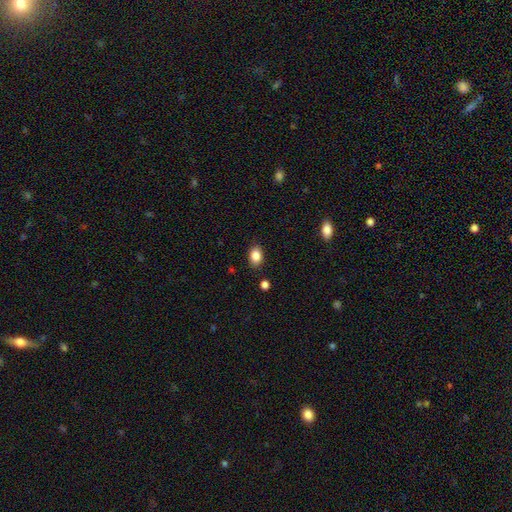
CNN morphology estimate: smooth 86%, star or artifact 9%, featured or disk 5%. Down the decision tree: how rounded — in between (79%); merging — none (86%).